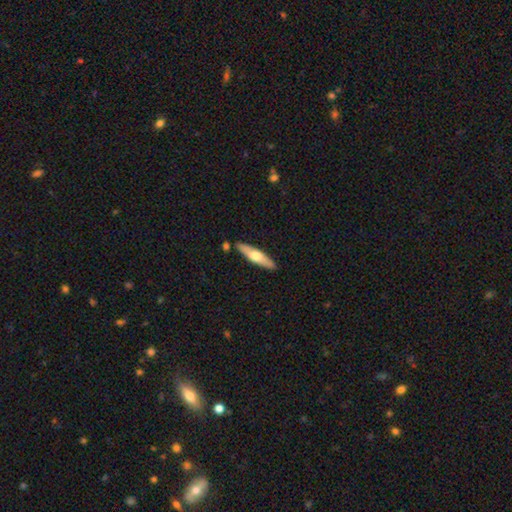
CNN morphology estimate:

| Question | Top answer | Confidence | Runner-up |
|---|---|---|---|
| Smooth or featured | smooth | 50% | featured or disk (45%) |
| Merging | none | 85% | minor disturbance (9%) |